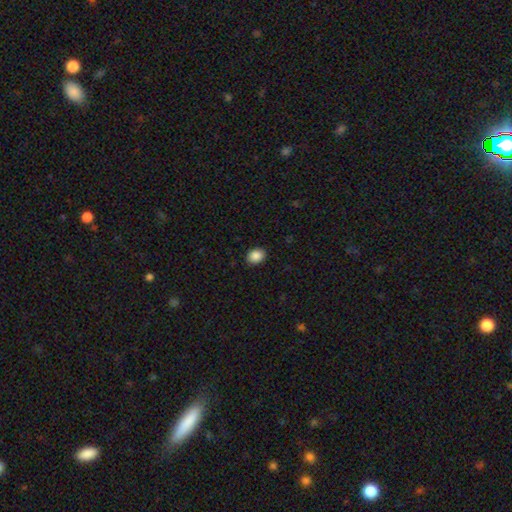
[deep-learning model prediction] A smooth galaxy with no disk features (88%) that is in between round and cigar-shaped (57%).

Vote fractions:
- Smooth or featured? smooth: 88% / star or artifact: 8% / featured or disk: 4%
- How rounded? in between: 57% / round: 43% / cigar-shaped: 1%
- Merging? none: 90% / minor disturbance: 7% / major disturbance: 2% / merger: 1%